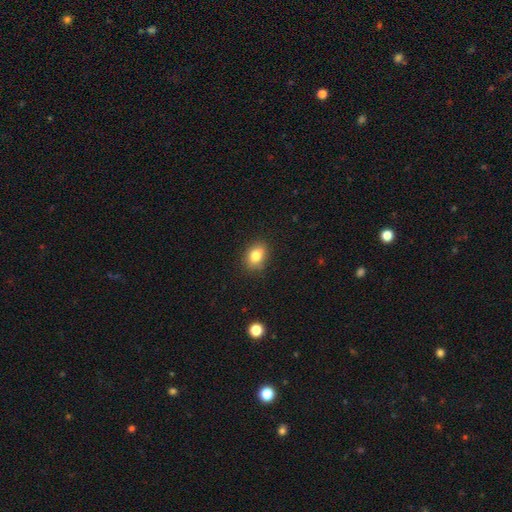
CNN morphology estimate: This is clearly a smooth galaxy (81%). How rounded: likely in between (65%). Merging: clearly none (80%).